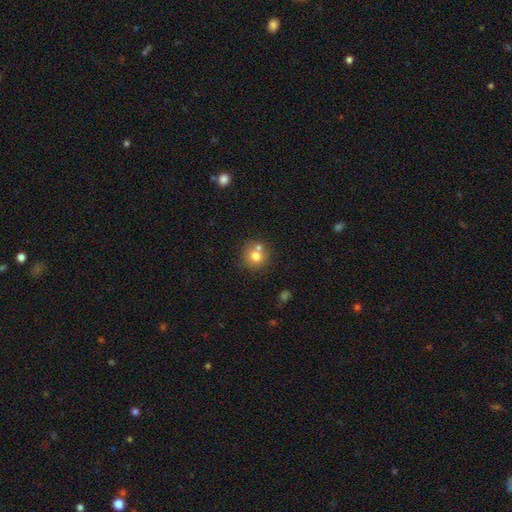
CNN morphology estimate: This appears to be a smooth galaxy with no disk features (74%) that is round (89%). Merging: none (60%).